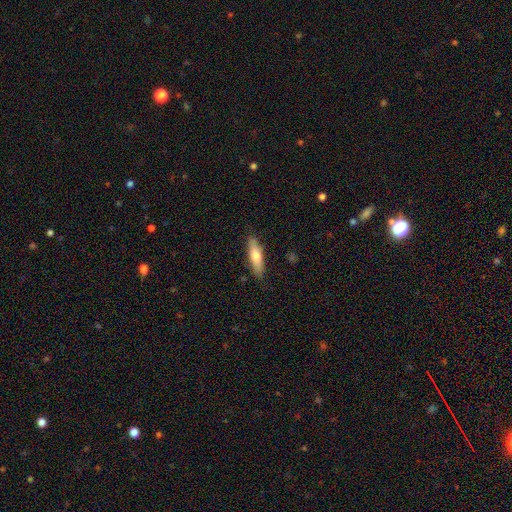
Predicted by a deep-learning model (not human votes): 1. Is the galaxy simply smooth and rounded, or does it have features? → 69% smooth, 25% featured or disk, 6% star or artifact.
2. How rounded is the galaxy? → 66% cigar-shaped, 32% in between, 2% round.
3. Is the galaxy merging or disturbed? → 86% none, 11% minor disturbance, 2% major disturbance, 1% merger.